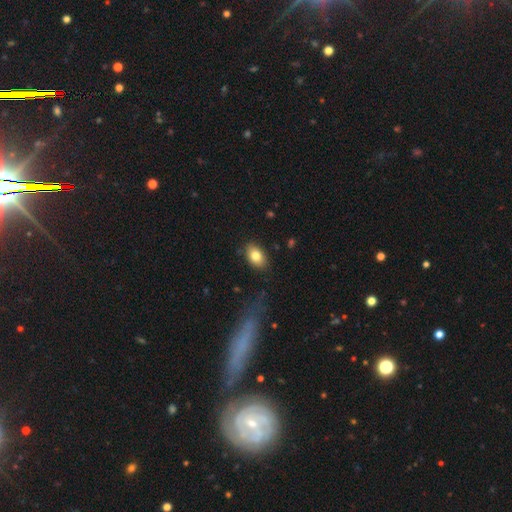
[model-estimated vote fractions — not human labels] This appears to be a smooth galaxy with no disk features (81%) that is in between round and cigar-shaped (88%). Merging: none (85%).